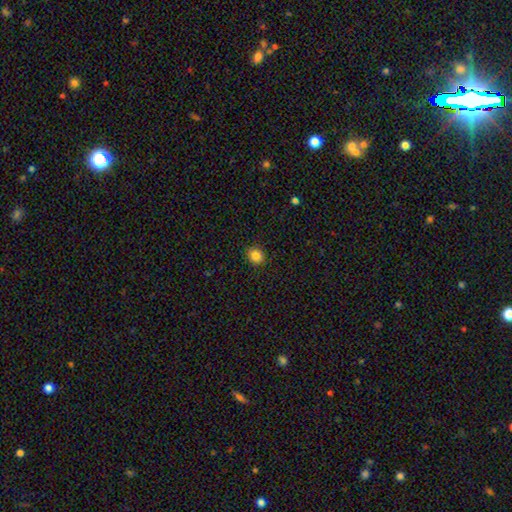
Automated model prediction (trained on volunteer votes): Smooth or featured? smooth (84%)
How rounded? round (78%)
Merging? none (90%)